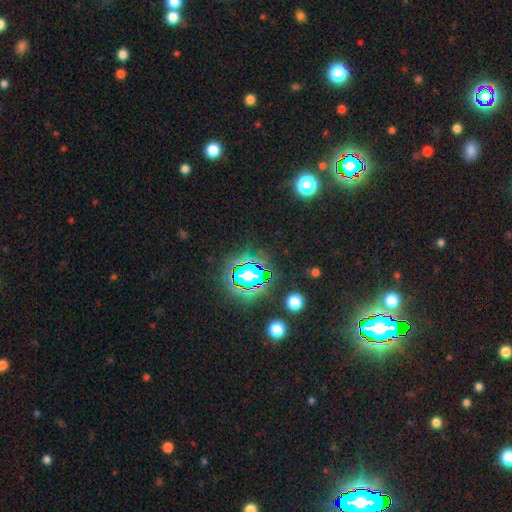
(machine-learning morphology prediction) The model was most divided on "smooth or featured": star or artifact: 83%, smooth: 11%, featured or disk: 7%.